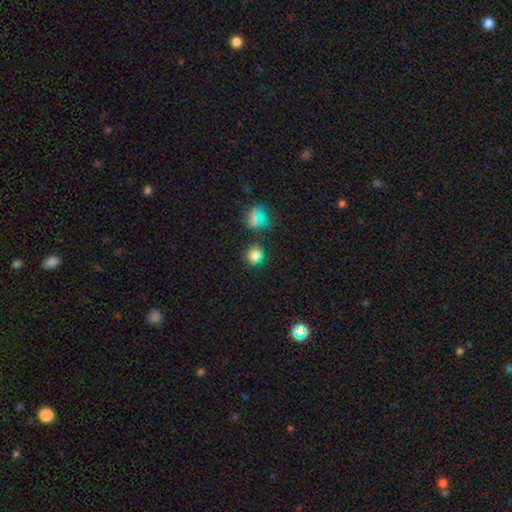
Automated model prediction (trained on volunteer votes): This appears to be a smooth galaxy with no disk features (67%) that is round (82%). Merging: none (83%).